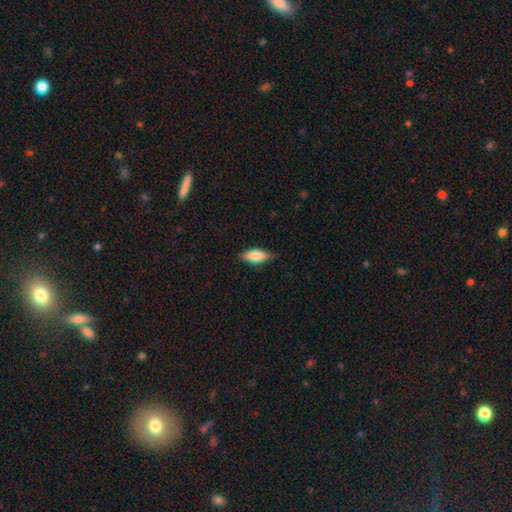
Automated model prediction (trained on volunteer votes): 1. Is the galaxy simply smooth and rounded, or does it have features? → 81% smooth, 13% featured or disk, 6% star or artifact.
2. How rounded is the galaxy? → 80% in between, 17% cigar-shaped, 2% round.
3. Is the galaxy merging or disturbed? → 78% none, 18% minor disturbance, 3% major disturbance, 1% merger.